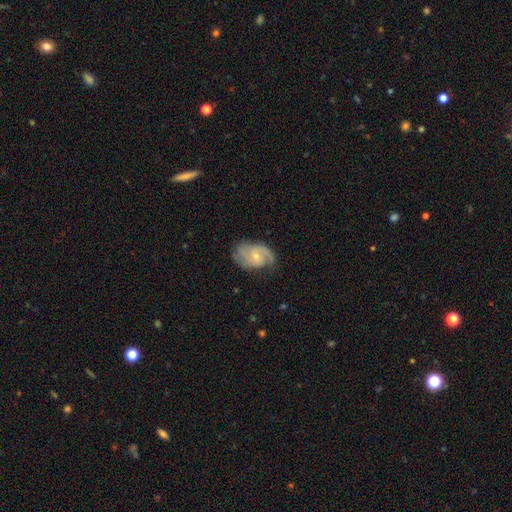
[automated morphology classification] A featured or disk galaxy (76%) with no bar (51%), 2 (66%) medium (47%) spiral arms (94%) and a small central bulge (61%).

Vote fractions:
- Smooth or featured? featured or disk: 76% / smooth: 18% / star or artifact: 6%
- Edge-on disk? no: 97% / yes: 3%
- Bar? no: 51% / weak: 42% / strong: 7%
- Spiral arms? yes: 94% / no: 6%
- Spiral winding? medium: 47% / tight: 30% / loose: 23%
- Spiral arm count? 2: 66% / can't tell: 12% / 1: 11% / 3: 7% / 4: 2% / more than 4: 2%
- Bulge size? small: 61% / moderate: 34% / none: 3% / large: 1% / dominant: 1%
- Merging? none: 65% / minor disturbance: 23% / major disturbance: 10% / merger: 1%